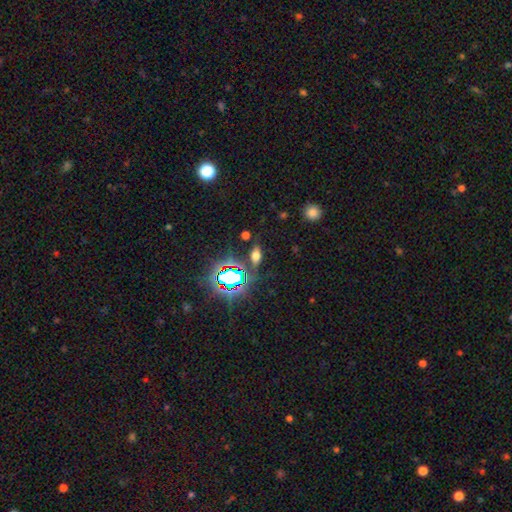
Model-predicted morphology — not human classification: This is possibly a smooth galaxy (50%). Merging: clearly none (81%).